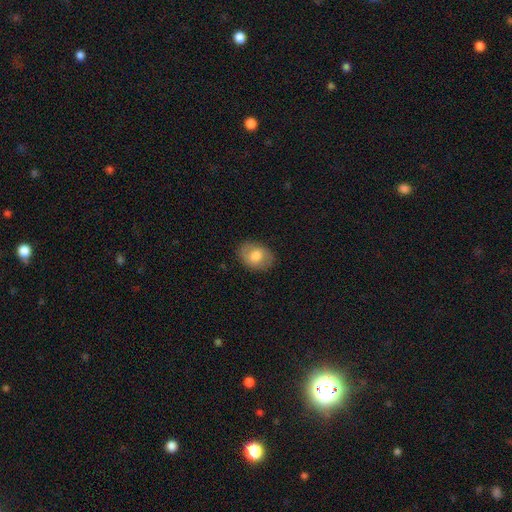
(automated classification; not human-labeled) A smooth galaxy with no disk features (66%) that is in between round and cigar-shaped (70%). Merging: none (84%).